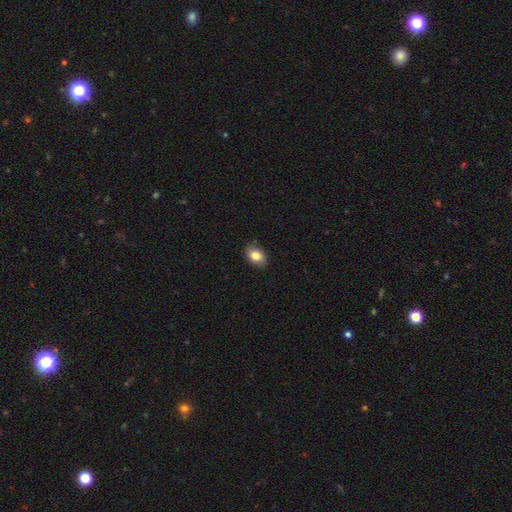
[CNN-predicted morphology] Smooth or featured? smooth (83%)
How rounded? in between (76%)
Merging? none (86%)